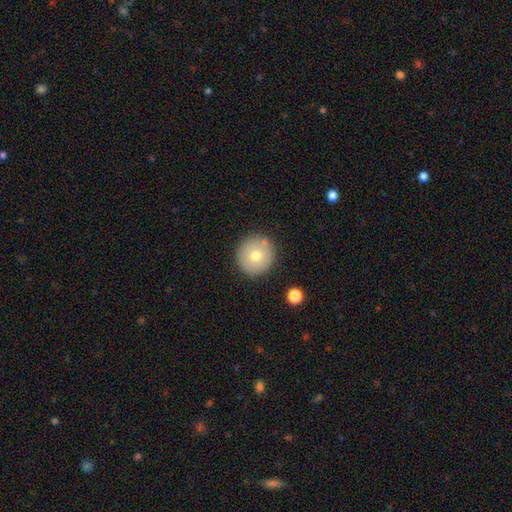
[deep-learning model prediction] smooth 72%, featured or disk 18%, star or artifact 10%. Down the decision tree: how rounded — round (95%); merging — none (88%).